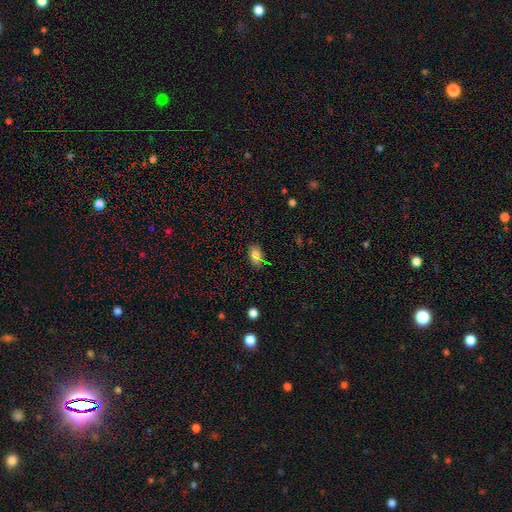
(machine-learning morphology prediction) This appears to be a smooth galaxy with no disk features (82%) that is in between round and cigar-shaped (90%). Merging: none (80%).